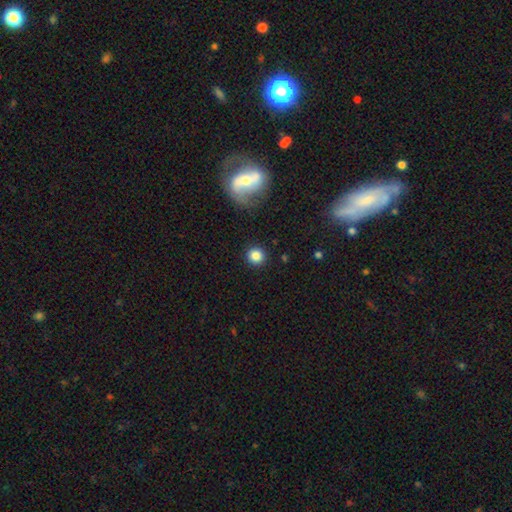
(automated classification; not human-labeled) A smooth galaxy with no disk features (84%) that is round (92%). Merging: none (90%).